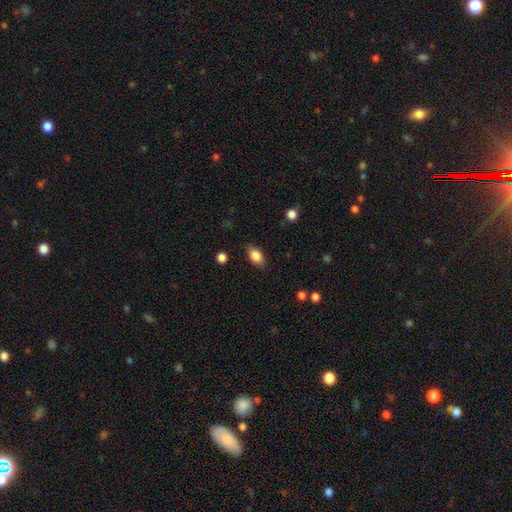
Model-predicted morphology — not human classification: This is clearly a smooth galaxy (85%). How rounded: clearly in between (86%). Merging: clearly none (83%).